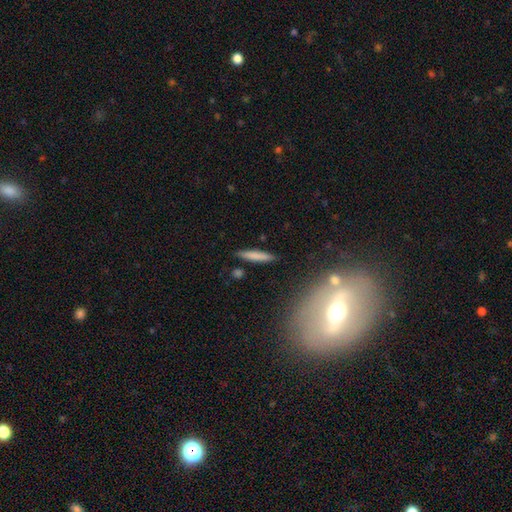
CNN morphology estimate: This appears to be a smooth galaxy with no disk features (77%) that is cigar-shaped (89%). Merging: none (86%).